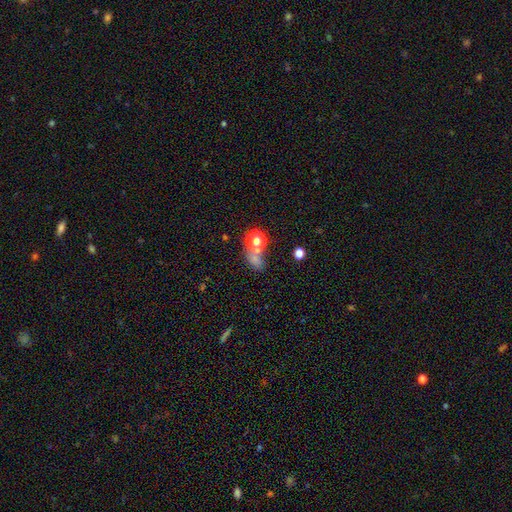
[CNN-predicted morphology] Smooth or featured: smooth — 55% (star or artifact — 33%)
How rounded: round — 55% (in between — 41%)
Merging: none — 42% (merger — 36%)